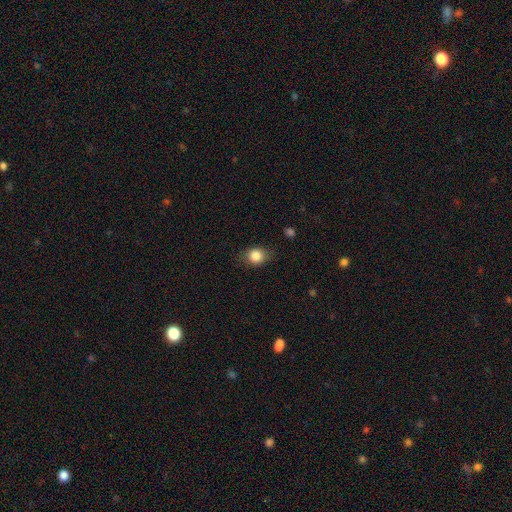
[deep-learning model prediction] Smooth or featured: smooth — 84% (star or artifact — 9%)
How rounded: round — 52% (in between — 47%)
Merging: none — 78% (minor disturbance — 17%)